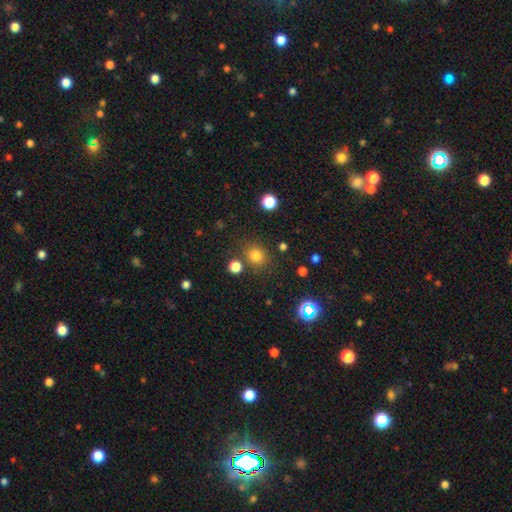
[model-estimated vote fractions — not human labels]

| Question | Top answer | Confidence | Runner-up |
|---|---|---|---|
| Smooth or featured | smooth | 79% | star or artifact (16%) |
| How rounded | round | 83% | in between (16%) |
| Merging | none | 79% | minor disturbance (10%) |